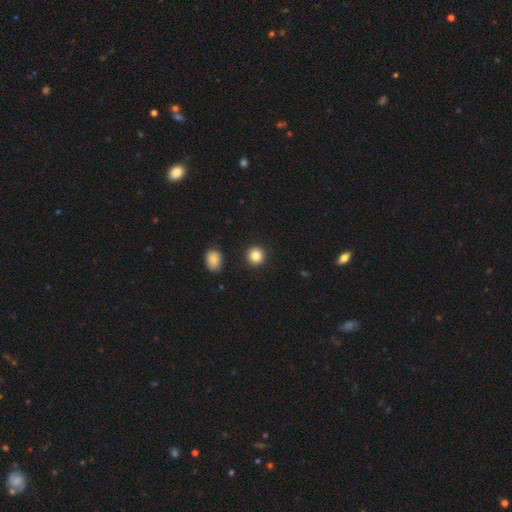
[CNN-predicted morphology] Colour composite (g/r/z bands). It shows a smooth galaxy with no disk features (85%) that is round (92%). Merging: none (91%).